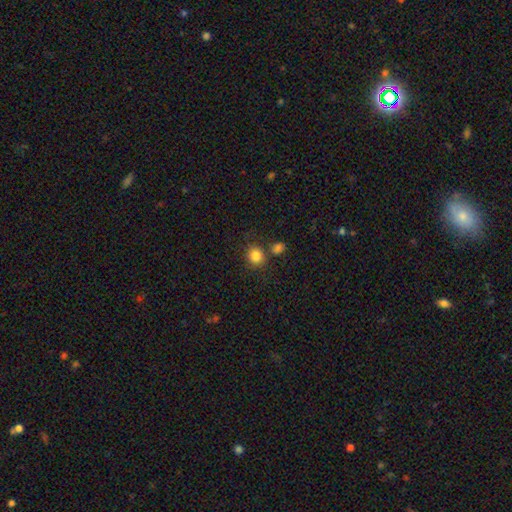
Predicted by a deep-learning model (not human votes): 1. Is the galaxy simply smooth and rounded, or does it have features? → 84% smooth, 11% star or artifact, 5% featured or disk.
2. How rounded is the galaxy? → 83% round, 16% in between, 1% cigar-shaped.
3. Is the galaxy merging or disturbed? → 73% none, 14% merger, 10% minor disturbance, 3% major disturbance.